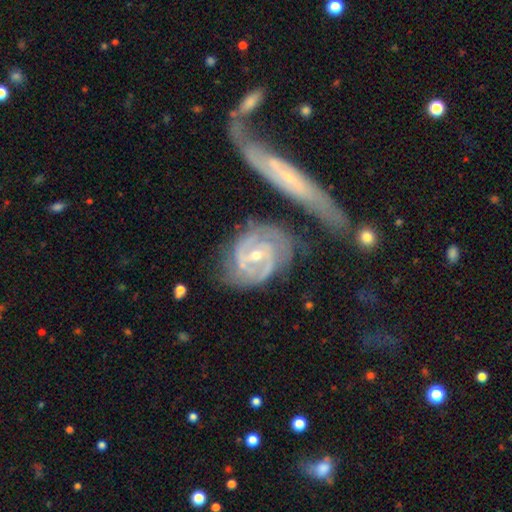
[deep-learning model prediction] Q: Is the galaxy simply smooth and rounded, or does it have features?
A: featured or disk — 89%.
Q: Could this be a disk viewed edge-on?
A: no — 96%.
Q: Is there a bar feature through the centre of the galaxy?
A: weak — 45%.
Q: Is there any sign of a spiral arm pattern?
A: yes — 97%.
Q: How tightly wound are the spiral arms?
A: tight — 53%.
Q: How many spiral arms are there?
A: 2 — 61%.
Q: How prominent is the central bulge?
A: small — 51%.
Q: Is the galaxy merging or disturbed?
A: none — 55%.